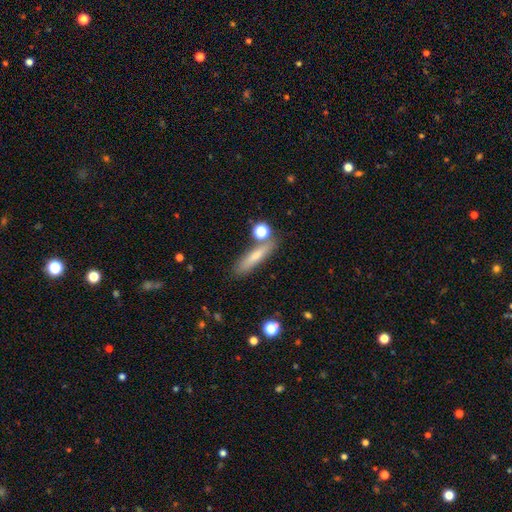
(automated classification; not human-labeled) This is likely a smooth galaxy (69%). How rounded: likely cigar-shaped (77%). Merging: likely none (73%).